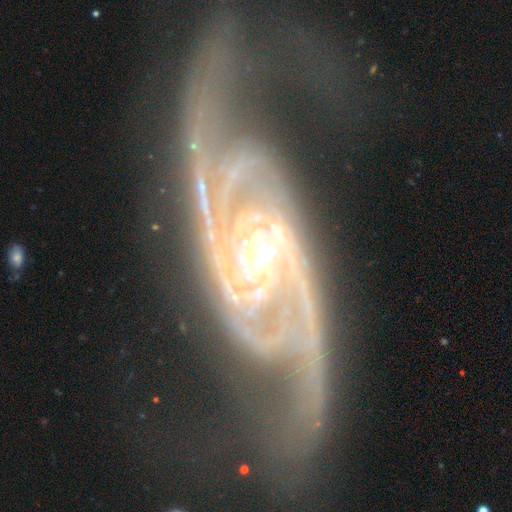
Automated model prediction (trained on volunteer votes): Q: Smooth or featured?
A: featured or disk (93%); runner-up: star or artifact (5%)
Q: Edge-on disk?
A: no (97%); runner-up: yes (3%)
Q: Bar?
A: no (41%); runner-up: weak (32%)
Q: Spiral arms?
A: yes (99%); runner-up: no (1%)
Q: Spiral winding?
A: medium (52%); runner-up: tight (32%)
Q: Spiral arm count?
A: 2 (83%); runner-up: 3 (5%)
Q: Bulge size?
A: small (55%); runner-up: moderate (40%)
Q: Merging?
A: none (65%); runner-up: minor disturbance (18%)